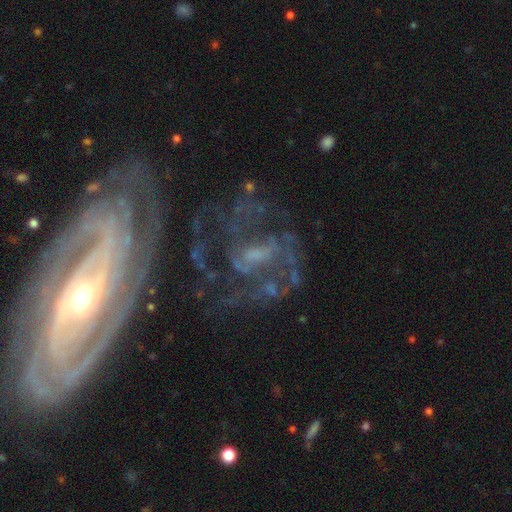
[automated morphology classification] This appears to be a featured or disk galaxy (82%) with a weak bar (46%), 2 (40%) medium (47%) spiral arms (89%) and a small central bulge (38%). Merging: none (52%).